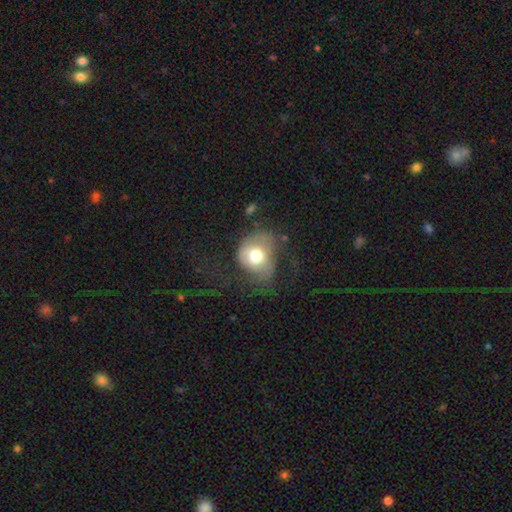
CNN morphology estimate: Overall: smooth (64%; featured or disk 27%). How rounded: round (59%; in between 40%). Merging: major disturbance (37%; none 33%).